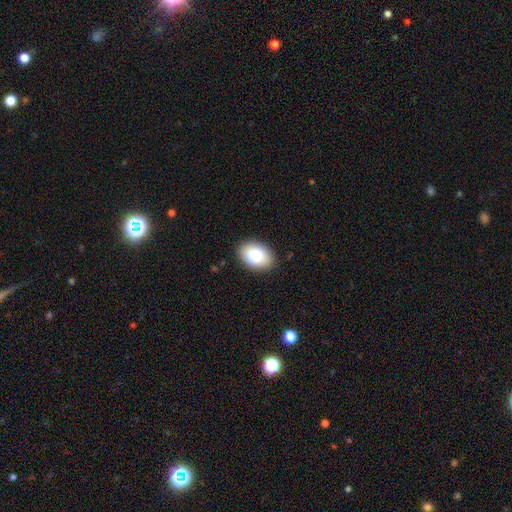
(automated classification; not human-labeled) Smooth or featured? smooth (81%)
How rounded? in between (86%)
Merging? none (88%)